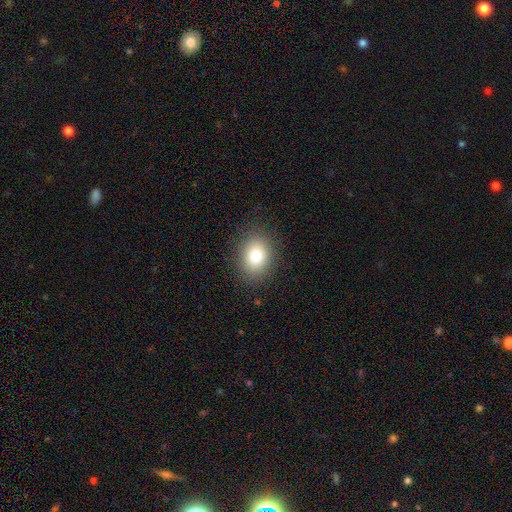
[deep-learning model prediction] smooth 77%, star or artifact 12%, featured or disk 11%. Down the decision tree: how rounded — in between (54%); merging — none (87%).